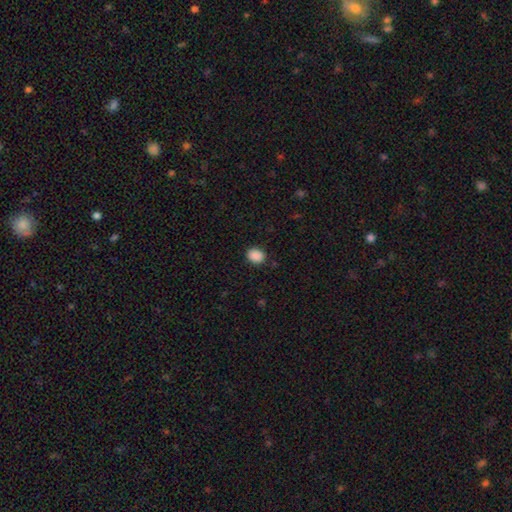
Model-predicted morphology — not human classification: smooth-or-featured: smooth: 89% | star or artifact: 9% | featured or disk: 2%
  how-rounded: round: 50% | in between: 49% | cigar-shaped: 1%
  merging: none: 88% | minor disturbance: 8% | major disturbance: 2% | merger: 1%